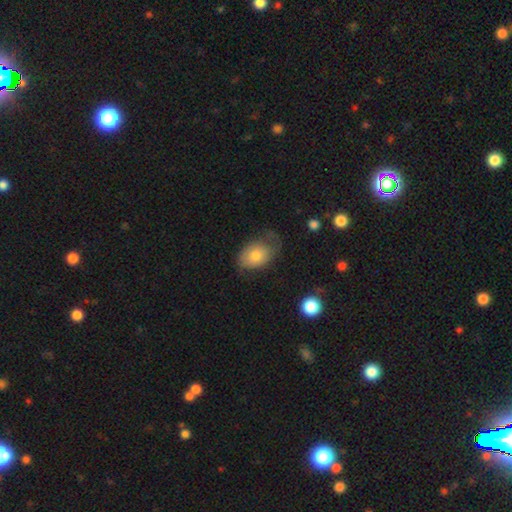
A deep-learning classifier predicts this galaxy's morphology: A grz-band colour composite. It shows a smooth galaxy with no disk features (71%) that is in between round and cigar-shaped (80%). Merging: none (44%).